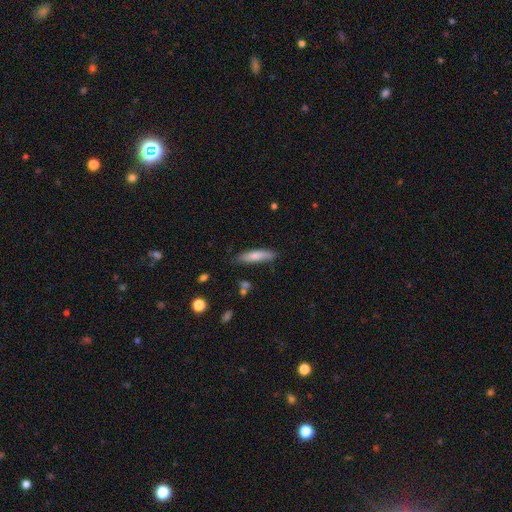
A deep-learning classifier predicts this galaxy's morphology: type=smooth (76%); roundness=cigar-shaped (75%); merging=none (77%).